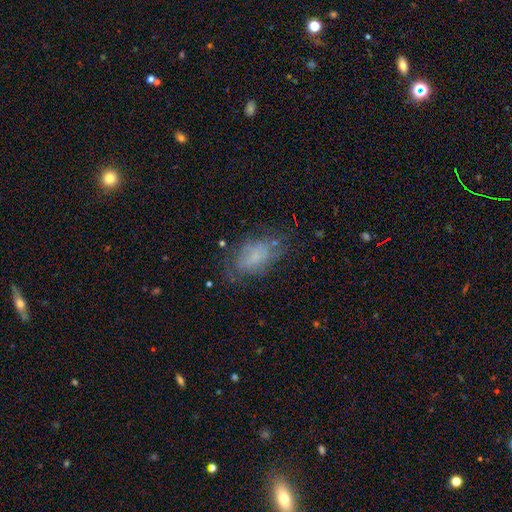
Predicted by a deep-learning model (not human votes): Smooth or featured: smooth — 54% (featured or disk — 35%)
How rounded: in between — 89% (round — 8%)
Merging: none — 51% (minor disturbance — 27%)